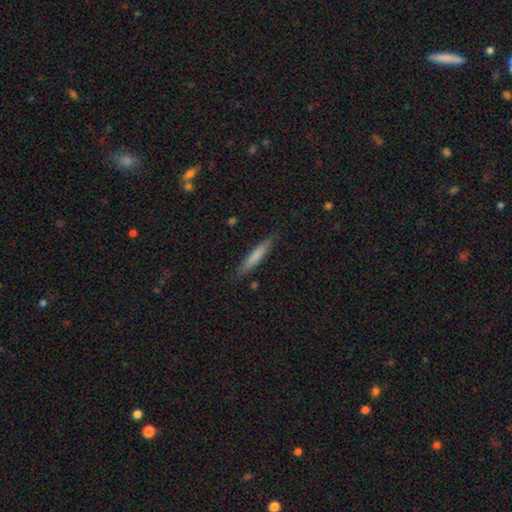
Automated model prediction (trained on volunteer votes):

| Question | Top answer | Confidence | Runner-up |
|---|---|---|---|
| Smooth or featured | smooth | 73% | featured or disk (21%) |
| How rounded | cigar-shaped | 93% | in between (6%) |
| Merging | none | 87% | minor disturbance (10%) |